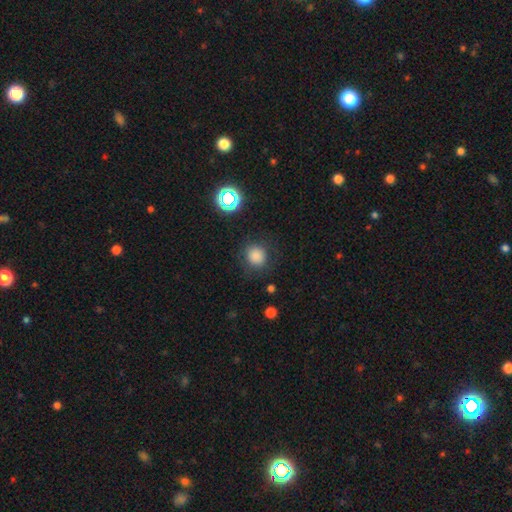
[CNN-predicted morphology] This appears to be a smooth galaxy with no disk features (80%) that is round (90%). Merging: none (82%).